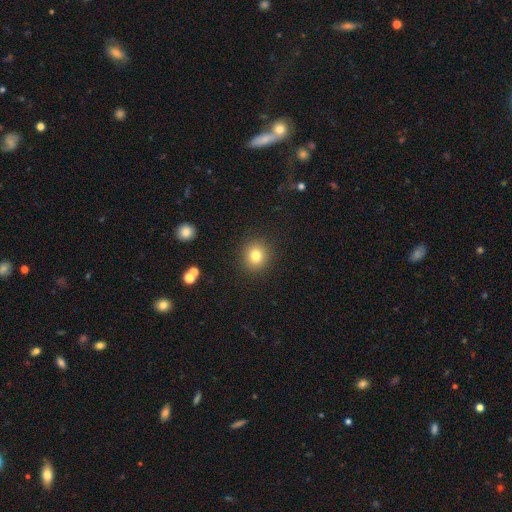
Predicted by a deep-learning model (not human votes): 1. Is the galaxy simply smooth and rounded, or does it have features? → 80% smooth, 12% star or artifact, 8% featured or disk.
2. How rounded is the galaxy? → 87% round, 12% in between, 1% cigar-shaped.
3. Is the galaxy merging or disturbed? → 90% none, 6% minor disturbance, 2% major disturbance, 1% merger.